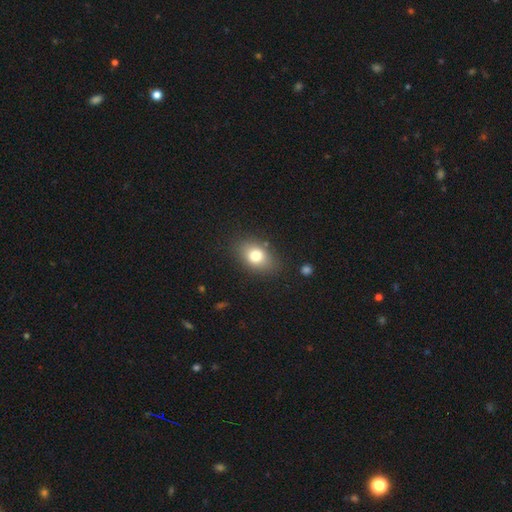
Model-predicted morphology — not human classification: smooth-or-featured: smooth: 77% | featured or disk: 13% | star or artifact: 10%
  how-rounded: in between: 76% | round: 22% | cigar-shaped: 2%
  merging: none: 81% | minor disturbance: 13% | major disturbance: 4% | merger: 2%